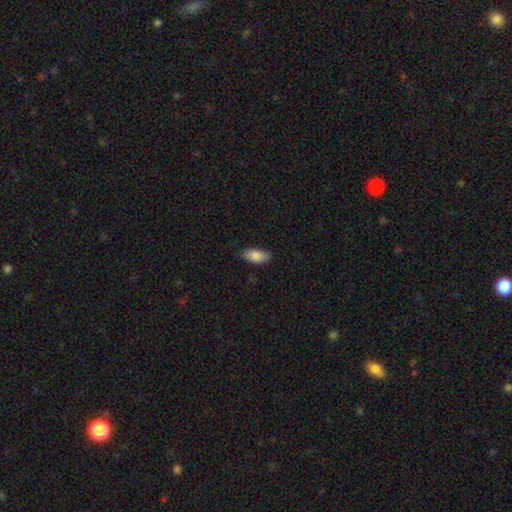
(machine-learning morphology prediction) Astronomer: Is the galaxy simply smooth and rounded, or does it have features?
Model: smooth — 86%.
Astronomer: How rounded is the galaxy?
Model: in between — 89%.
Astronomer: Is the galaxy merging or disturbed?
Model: none — 84%.